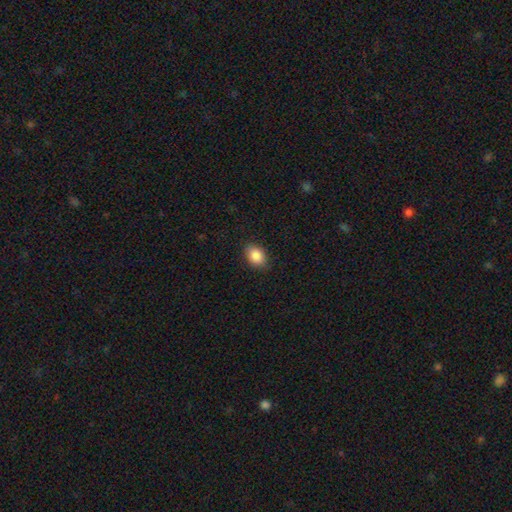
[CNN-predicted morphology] smooth 88%, star or artifact 8%, featured or disk 4%. Down the decision tree: how rounded — in between (76%); merging — none (85%).